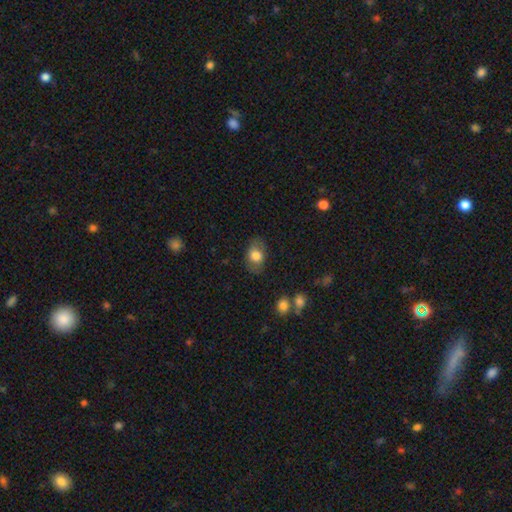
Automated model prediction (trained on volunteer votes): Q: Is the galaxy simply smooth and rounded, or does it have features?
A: smooth — 73%.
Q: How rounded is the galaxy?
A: in between — 78%.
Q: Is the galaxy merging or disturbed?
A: none — 77%.